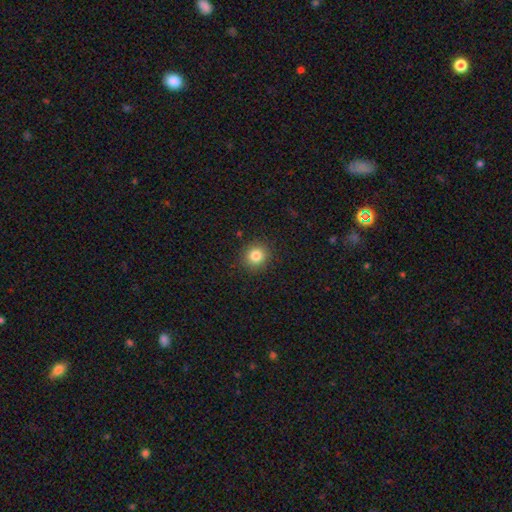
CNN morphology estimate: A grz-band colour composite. It shows a smooth galaxy with no disk features (83%) that is round (90%). Merging: none (91%).